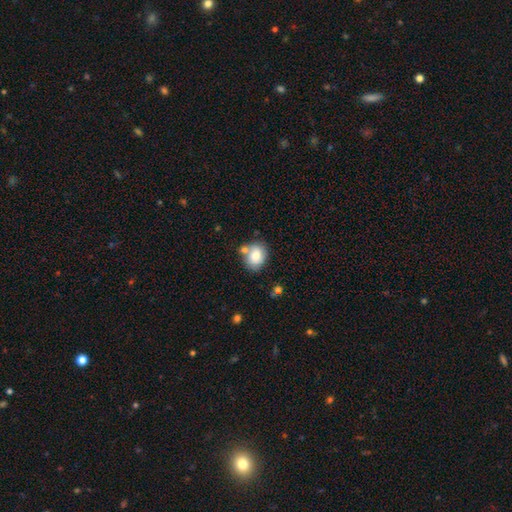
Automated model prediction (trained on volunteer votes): smooth_or_featured: smooth (p=0.77) [alt: featured or disk p=0.15]
how_rounded: in between (p=0.51) [alt: round p=0.48]
merging: none (p=0.62) [alt: merger p=0.18]